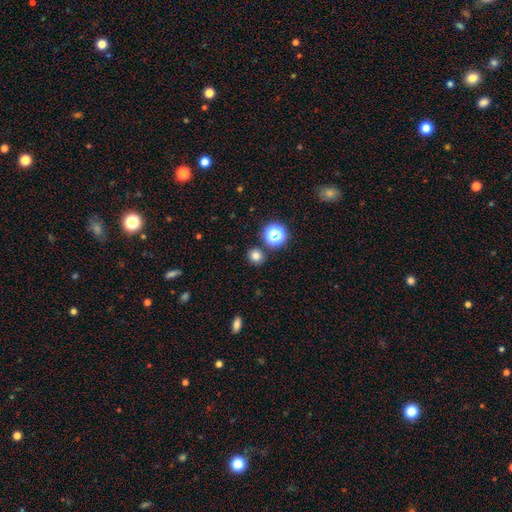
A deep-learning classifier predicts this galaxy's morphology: This is likely a smooth galaxy (76%). How rounded: clearly round (88%). Merging: clearly none (85%).